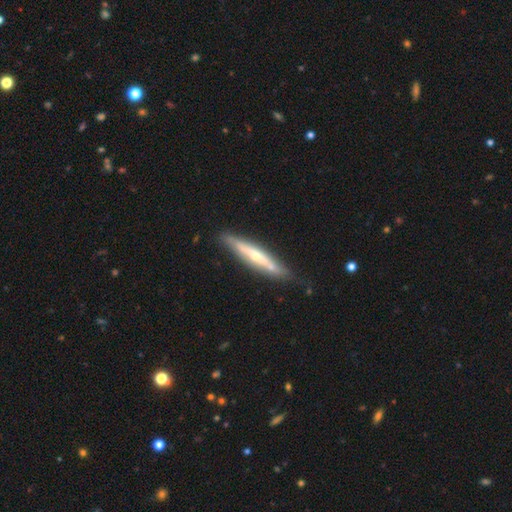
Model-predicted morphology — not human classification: Smooth or featured? Predicted: featured or disk (p=0.63). Edge-on disk? Predicted: yes (p=0.88). Edge-on bulge? Predicted: rounded (p=0.73). Merging? Predicted: none (p=0.81).